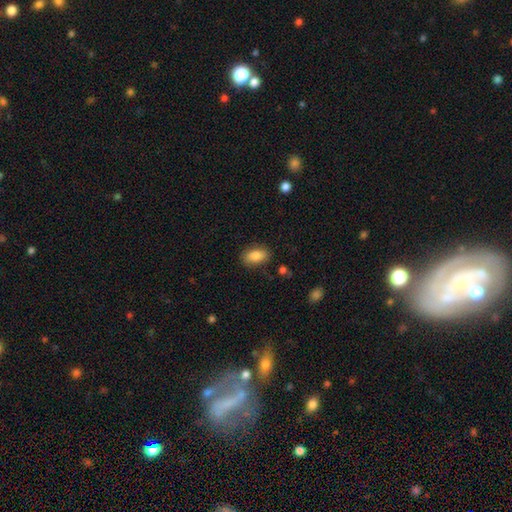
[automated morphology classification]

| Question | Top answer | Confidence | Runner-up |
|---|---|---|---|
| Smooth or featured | smooth | 84% | featured or disk (9%) |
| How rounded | in between | 90% | round (6%) |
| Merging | none | 84% | minor disturbance (11%) |